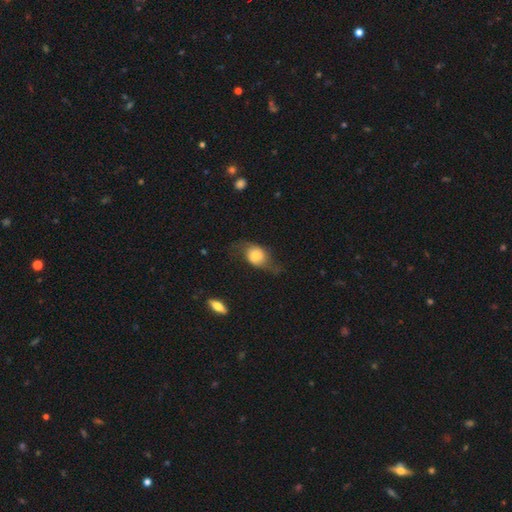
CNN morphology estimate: The model was most divided on "how rounded": round: 53%, in between: 45%, cigar-shaped: 2%. More confident: merging — none (54%); smooth or featured — smooth (51%).